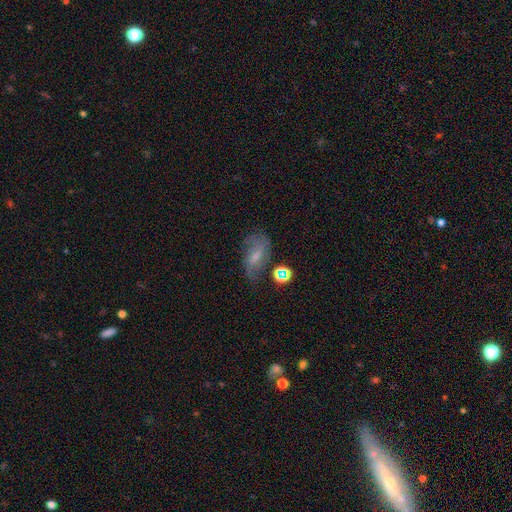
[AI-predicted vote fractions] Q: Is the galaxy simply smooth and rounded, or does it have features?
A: featured or disk — 52%.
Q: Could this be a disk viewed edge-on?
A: no — 94%.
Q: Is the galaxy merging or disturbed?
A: none — 50%.